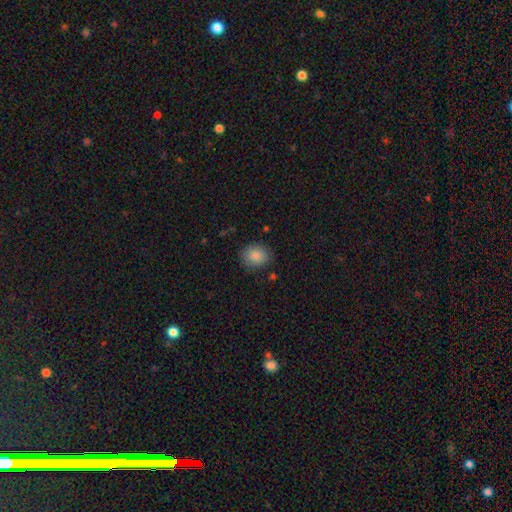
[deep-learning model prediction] This appears to be a smooth galaxy with no disk features (85%) that is round (61%). Merging: none (83%).